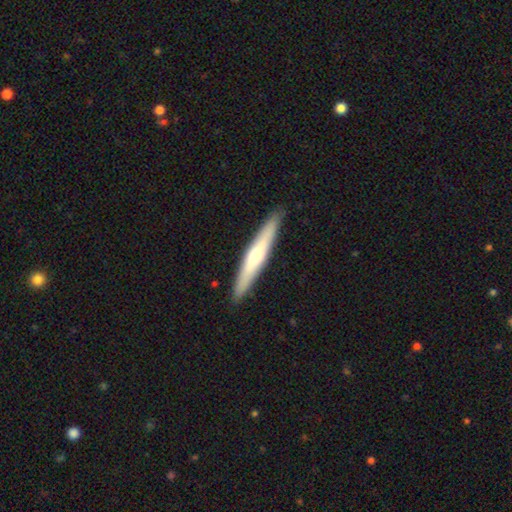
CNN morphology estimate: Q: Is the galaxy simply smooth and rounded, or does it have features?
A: featured or disk — 55%.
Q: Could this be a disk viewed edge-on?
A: yes — 94%.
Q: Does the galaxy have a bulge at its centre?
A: rounded — 78%.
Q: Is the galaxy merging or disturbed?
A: none — 92%.